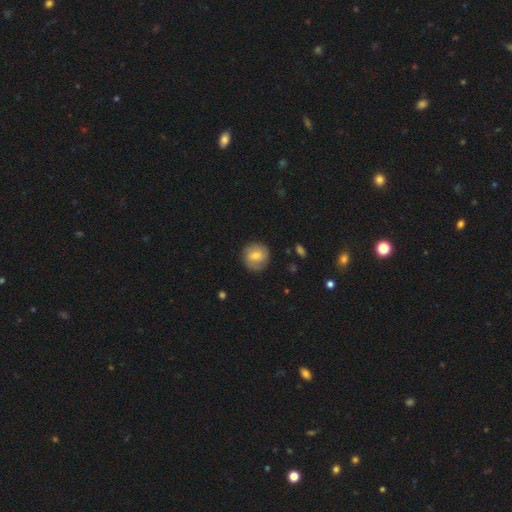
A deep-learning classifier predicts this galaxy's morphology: Smooth or featured? smooth (65%)
How rounded? round (88%)
Merging? none (84%)